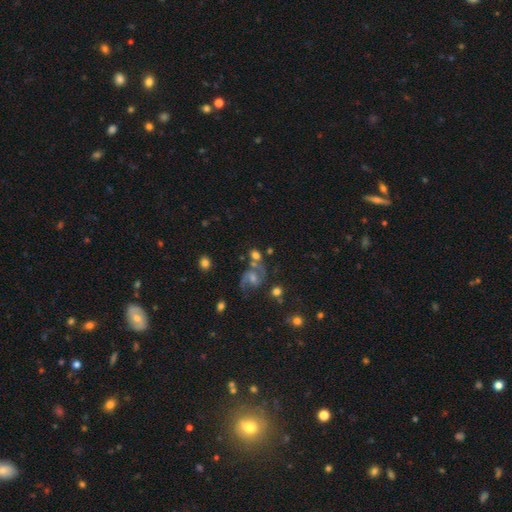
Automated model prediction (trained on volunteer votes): featured or disk 46%, smooth 40%, star or artifact 14%. Down the decision tree: merging — none (46%).